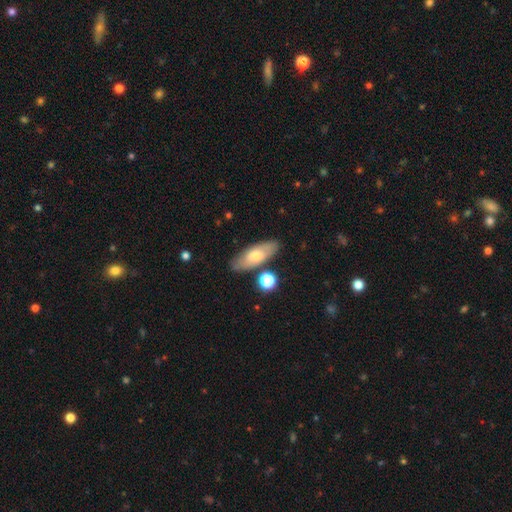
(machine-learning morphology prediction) Q: Smooth or featured?
A: smooth (62%); runner-up: featured or disk (31%)
Q: How rounded?
A: in between (70%); runner-up: cigar-shaped (26%)
Q: Merging?
A: none (78%); runner-up: minor disturbance (13%)